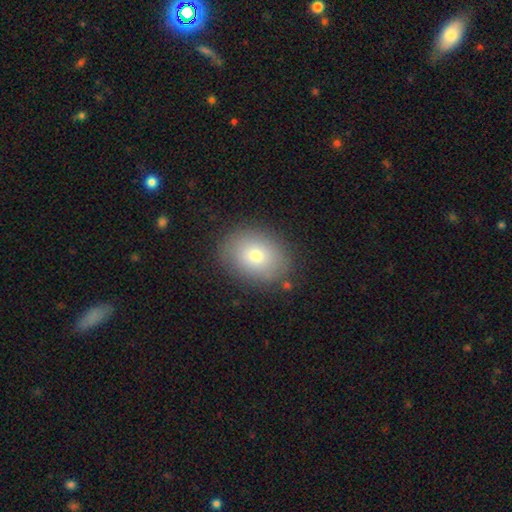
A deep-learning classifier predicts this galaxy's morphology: This is likely a smooth galaxy (77%). How rounded: likely in between (60%). Merging: clearly none (84%).